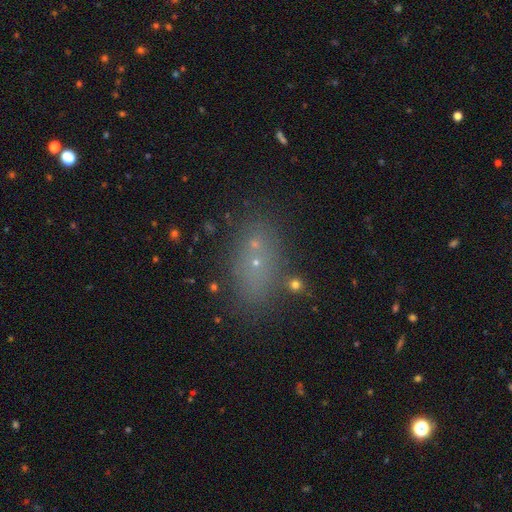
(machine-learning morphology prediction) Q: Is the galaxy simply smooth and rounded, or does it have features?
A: smooth — 55%.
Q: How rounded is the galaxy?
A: in between — 75%.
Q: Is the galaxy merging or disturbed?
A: none — 74%.